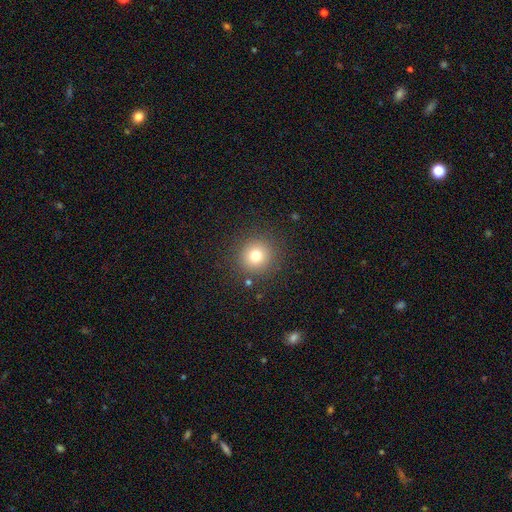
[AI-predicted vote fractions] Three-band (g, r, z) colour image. It shows a smooth galaxy with no disk features (77%) that is round (93%). Merging: none (88%).